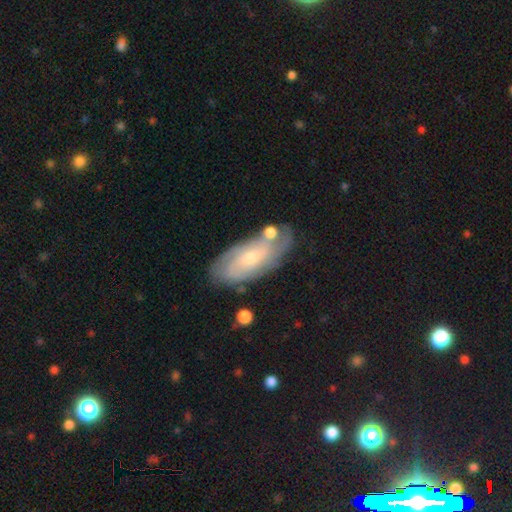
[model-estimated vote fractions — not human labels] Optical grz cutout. It shows a featured or disk galaxy (63%) with no bar (67%), spiral arms (84%) and a small central bulge (59%). Merging: none (72%).